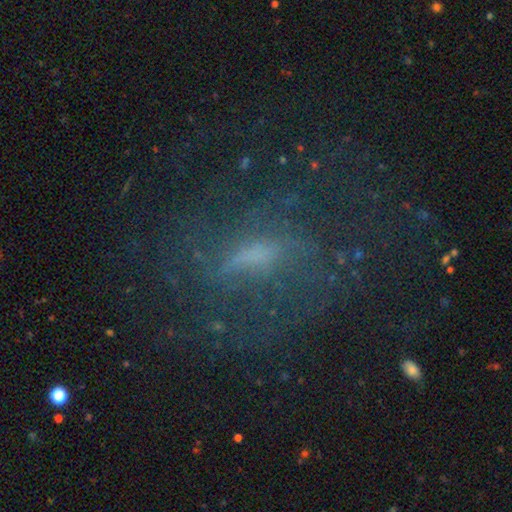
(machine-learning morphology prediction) featured or disk 65%, star or artifact 18%, smooth 17%. Down the decision tree: edge-on disk — no (86%); bar — weak (45%); spiral arms — yes (68%); bulge size — small (40%); merging — none (67%).